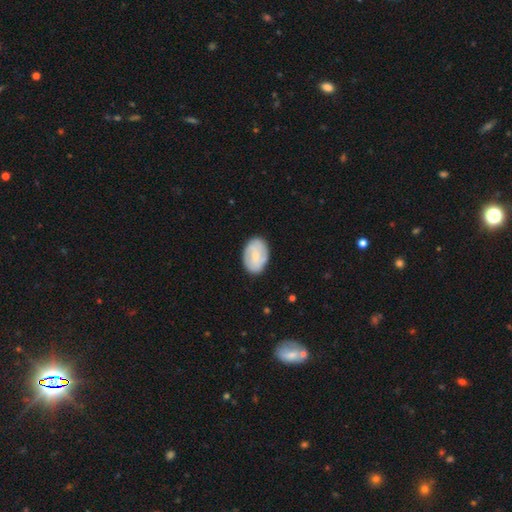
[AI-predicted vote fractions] Morphology: type=smooth (50%); roundness=in between (82%); merging=none (84%).